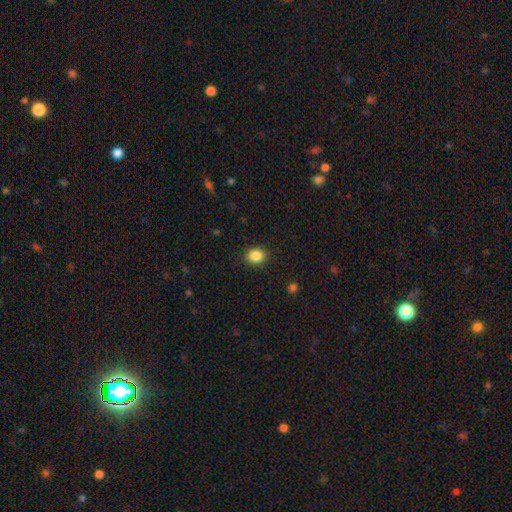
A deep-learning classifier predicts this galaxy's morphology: Smooth or featured: smooth — 86% (star or artifact — 10%)
How rounded: round — 53% (in between — 46%)
Merging: none — 89% (minor disturbance — 8%)